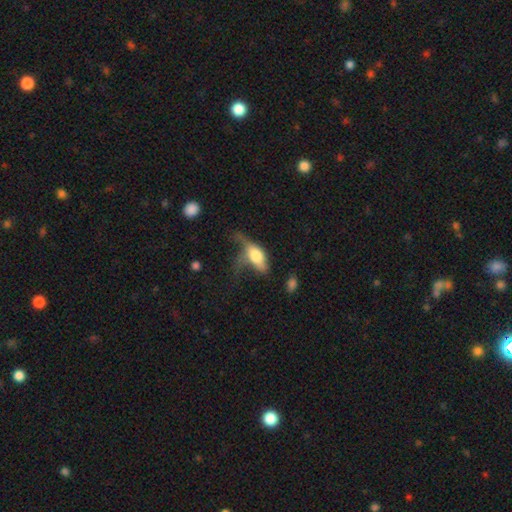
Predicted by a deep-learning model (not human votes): smooth_or_featured: smooth (p=0.58) [alt: featured or disk p=0.33]
how_rounded: in between (p=0.80) [alt: cigar-shaped p=0.14]
merging: major disturbance (p=0.51) [alt: minor disturbance p=0.23]